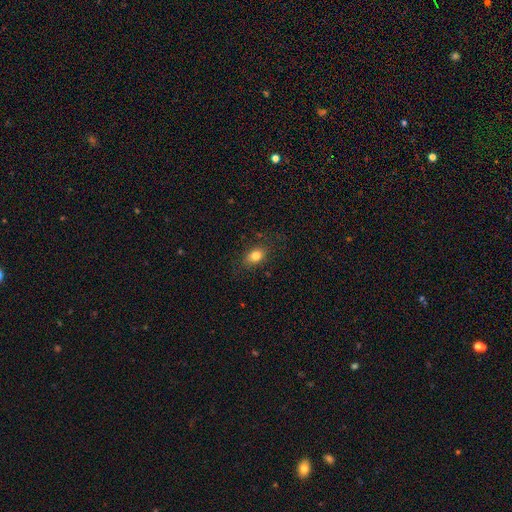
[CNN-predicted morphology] smooth-or-featured: smooth: 80% | star or artifact: 10% | featured or disk: 9%
  how-rounded: in between: 75% | round: 23% | cigar-shaped: 2%
  merging: none: 82% | minor disturbance: 13% | major disturbance: 4% | merger: 1%